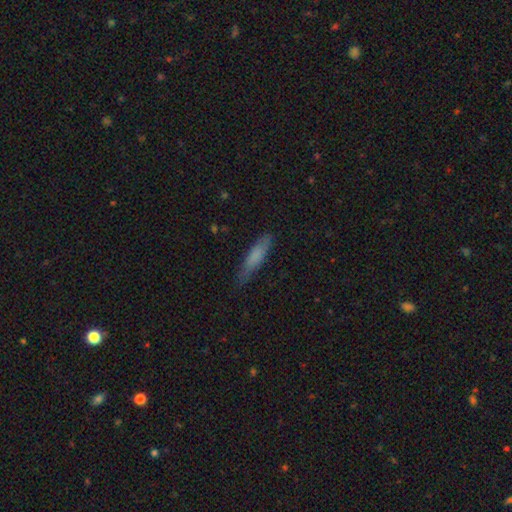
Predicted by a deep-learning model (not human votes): This is likely a smooth galaxy (73%). How rounded: likely cigar-shaped (78%). Merging: likely none (75%).